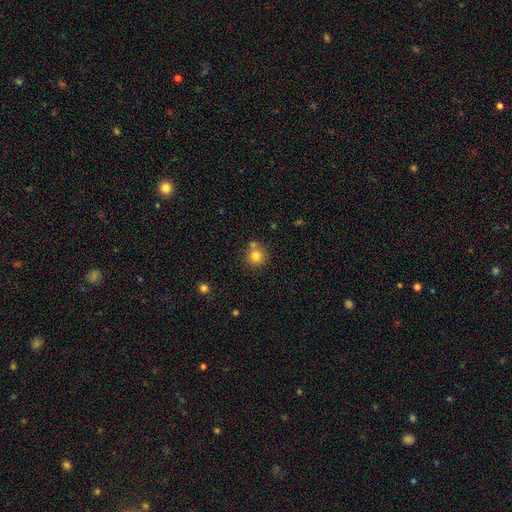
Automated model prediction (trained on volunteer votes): Smooth or featured? Predicted: smooth (p=0.81). How rounded? Predicted: round (p=0.92). Merging? Predicted: none (p=0.70).